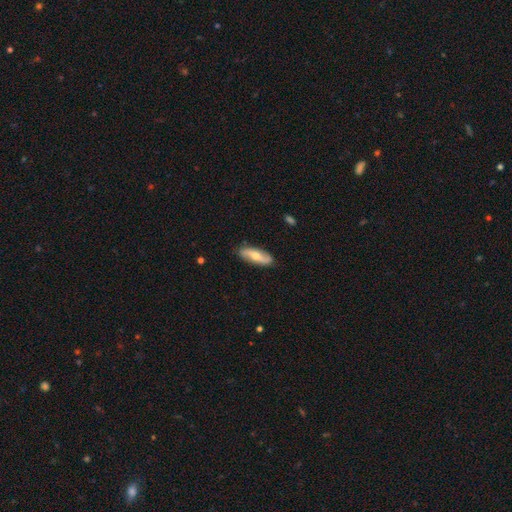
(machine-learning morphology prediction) Smooth or featured?
  - featured or disk: 55% *
  - smooth: 38%
  - star or artifact: 6%
Edge-on disk?
  - no: 69% *
  - yes: 31%
Merging?
  - none: 86% *
  - minor disturbance: 11%
  - major disturbance: 2%
  - merger: 1%